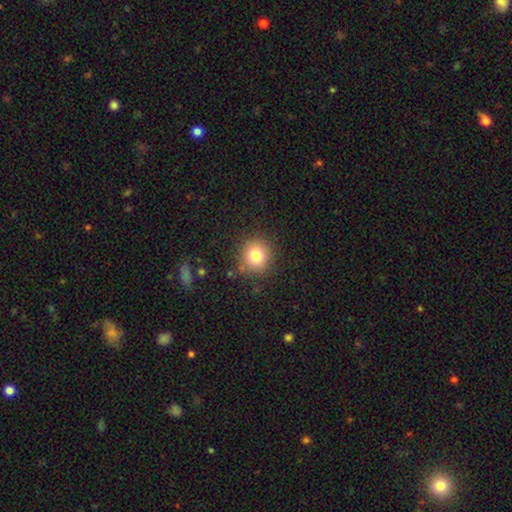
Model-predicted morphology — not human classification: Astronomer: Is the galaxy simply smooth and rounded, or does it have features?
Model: smooth — 80%.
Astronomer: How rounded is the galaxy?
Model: round — 89%.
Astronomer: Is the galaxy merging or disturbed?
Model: none — 85%.